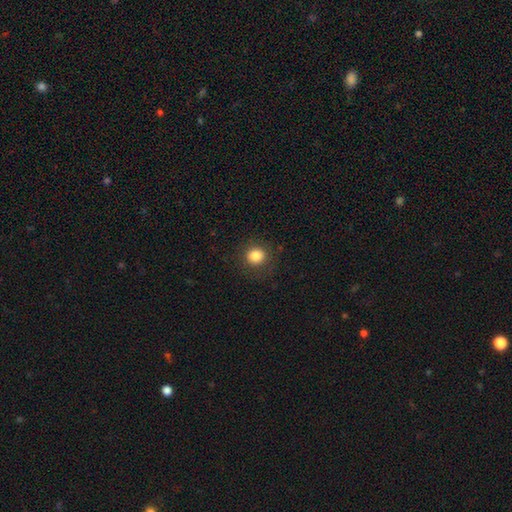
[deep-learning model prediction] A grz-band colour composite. It shows a smooth galaxy with no disk features (84%) that is round (89%). Merging: none (87%).